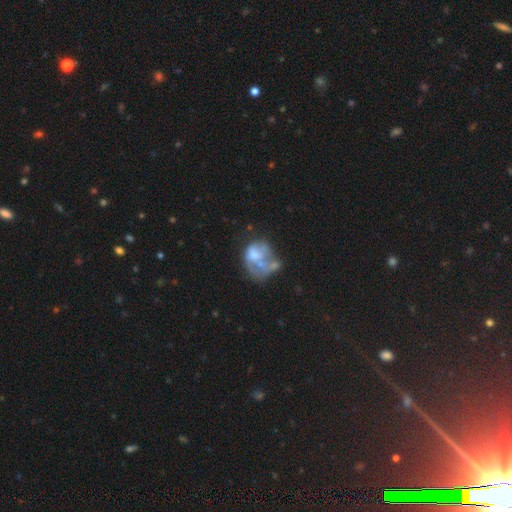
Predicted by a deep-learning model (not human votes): A featured or disk galaxy (51%). Merging: major disturbance (33%).